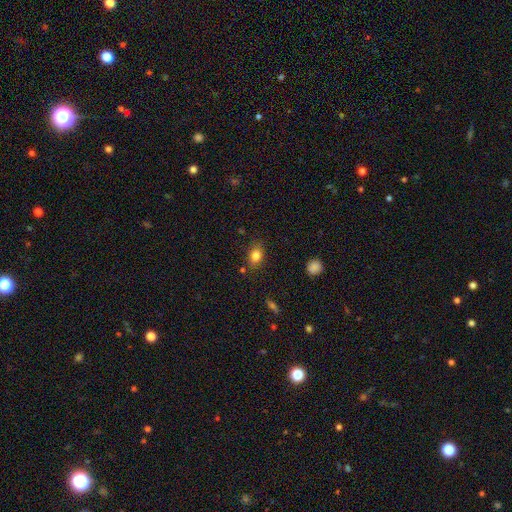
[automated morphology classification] smooth_or_featured: smooth (p=0.82) [alt: star or artifact p=0.10]
how_rounded: in between (p=0.70) [alt: round p=0.28]
merging: none (p=0.80) [alt: minor disturbance p=0.14]